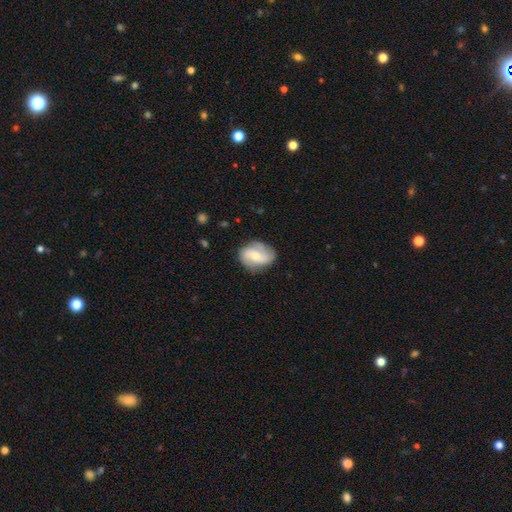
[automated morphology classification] This is likely a featured or disk galaxy (63%). It is clearly not viewed edge-on (97%). Bar: possibly no (46%). Spiral arm pattern: clearly yes (90%). Spiral arm count: likely 2 (66%). Spiral winding: marginally medium (42%). Central bulge: possibly moderate (47%). Merging: likely none (74%).